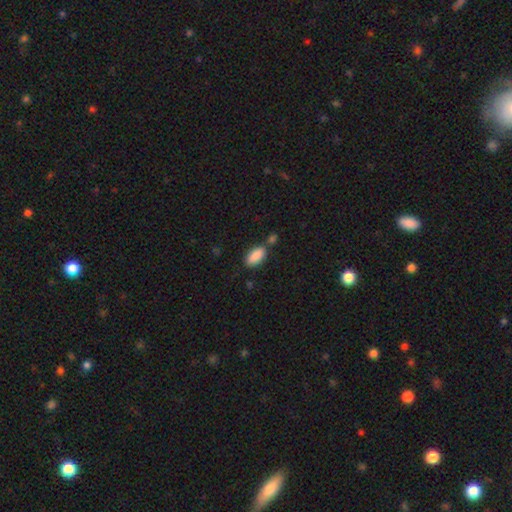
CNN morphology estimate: smooth-or-featured: smooth: 88% | star or artifact: 7% | featured or disk: 5%
  how-rounded: in between: 89% | cigar-shaped: 9% | round: 2%
  merging: none: 63% | merger: 18% | minor disturbance: 15% | major disturbance: 4%